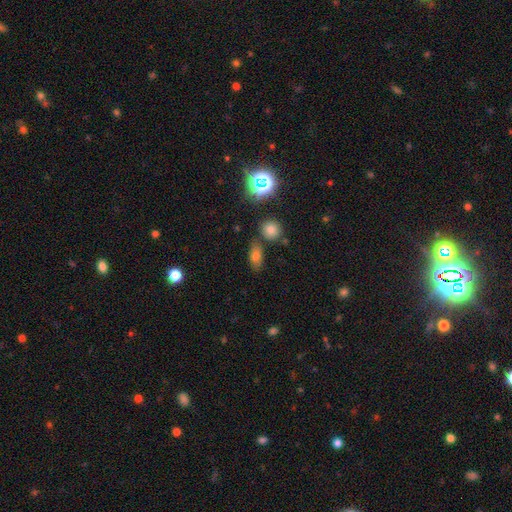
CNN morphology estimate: Smooth or featured: smooth — 71% (star or artifact — 16%)
How rounded: in between — 79% (round — 14%)
Merging: none — 72% (minor disturbance — 13%)